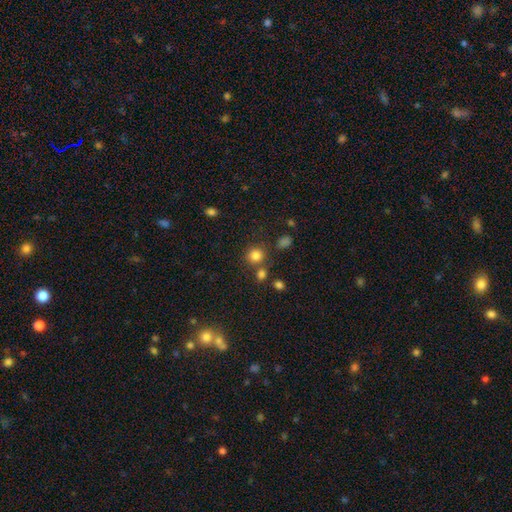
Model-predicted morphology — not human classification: The model was most divided on "merging": none: 72%, merger: 14%, minor disturbance: 9%, major disturbance: 4%. More confident: how rounded — round (87%); smooth or featured — smooth (81%).